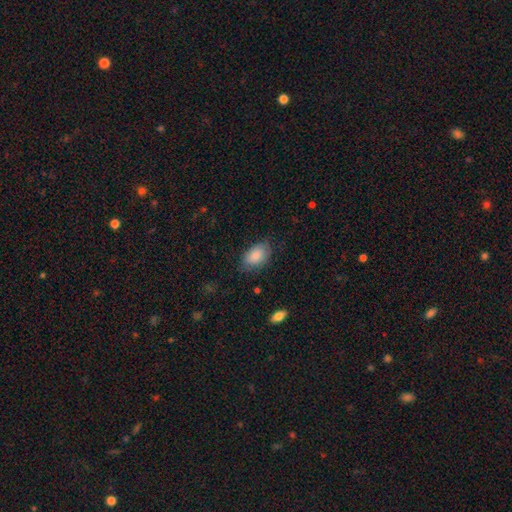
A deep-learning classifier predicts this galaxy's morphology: Smooth or featured? Predicted: smooth (p=0.86). How rounded? Predicted: in between (p=0.91). Merging? Predicted: none (p=0.72).